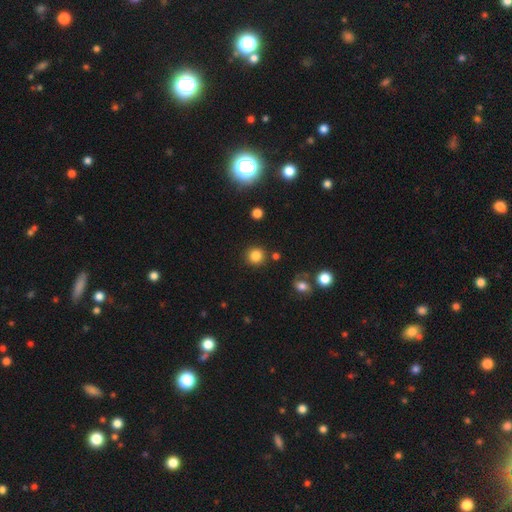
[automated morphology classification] smooth_or_featured: smooth (p=0.83) [alt: star or artifact p=0.12]
how_rounded: round (p=0.92) [alt: in between p=0.07]
merging: none (p=0.85) [alt: minor disturbance p=0.08]